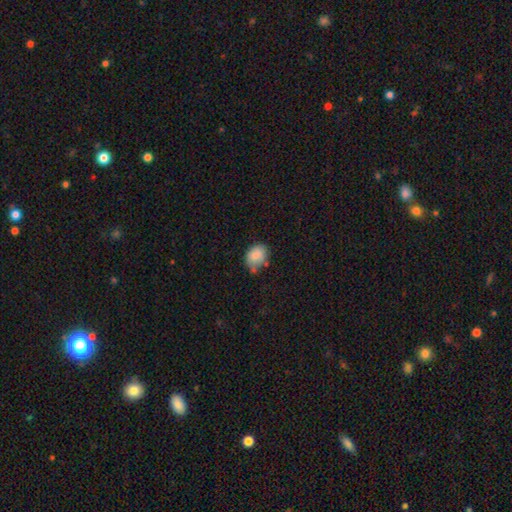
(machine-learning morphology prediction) Smooth or featured? Predicted: smooth (p=0.84). How rounded? Predicted: in between (p=0.58). Merging? Predicted: none (p=0.54).